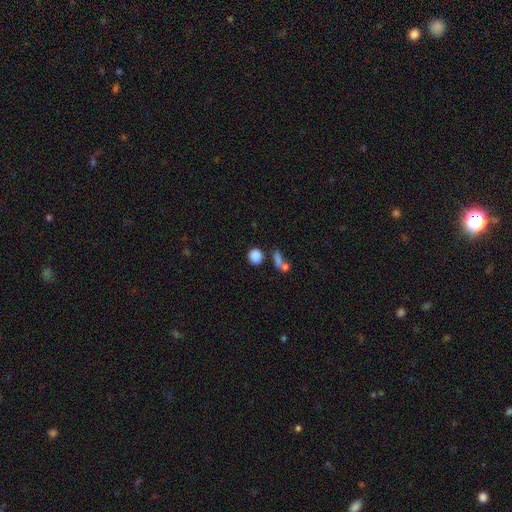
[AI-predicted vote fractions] Morphology: type=smooth (84%); roundness=round (83%); merging=none (70%).